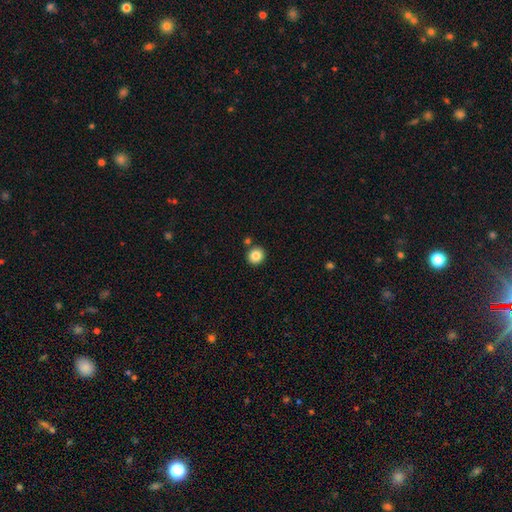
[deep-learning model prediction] A smooth galaxy with no disk features (85%) that is round (88%).

Vote fractions:
- Smooth or featured? smooth: 85% / star or artifact: 10% / featured or disk: 5%
- How rounded? round: 88% / in between: 11% / cigar-shaped: 1%
- Merging? none: 86% / merger: 6% / minor disturbance: 6% / major disturbance: 2%